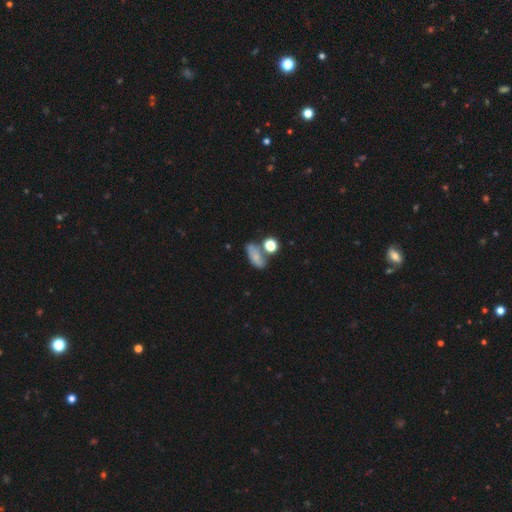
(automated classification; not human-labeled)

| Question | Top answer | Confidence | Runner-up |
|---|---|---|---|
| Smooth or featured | smooth | 67% | featured or disk (20%) |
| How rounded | in between | 75% | round (16%) |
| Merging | none | 50% | merger (22%) |